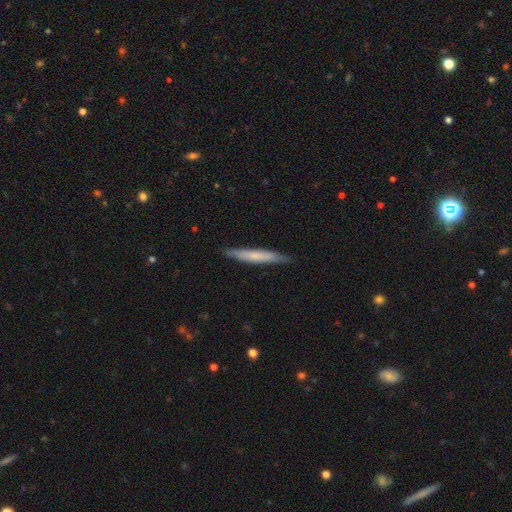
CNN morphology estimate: A smooth galaxy with no disk features (60%) that is cigar-shaped (95%).

Vote fractions:
- Smooth or featured? smooth: 60% / featured or disk: 35% / star or artifact: 5%
- How rounded? cigar-shaped: 95% / in between: 3% / round: 1%
- Merging? none: 87% / minor disturbance: 10% / major disturbance: 2% / merger: 1%